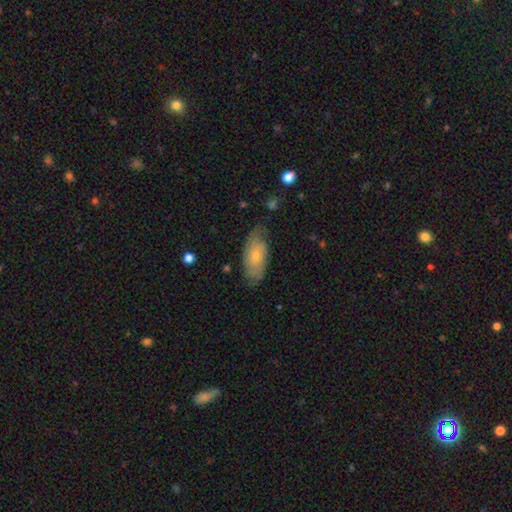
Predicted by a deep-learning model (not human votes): smooth 59%, featured or disk 35%, star or artifact 6%. Down the decision tree: how rounded — in between (89%); merging — none (64%).